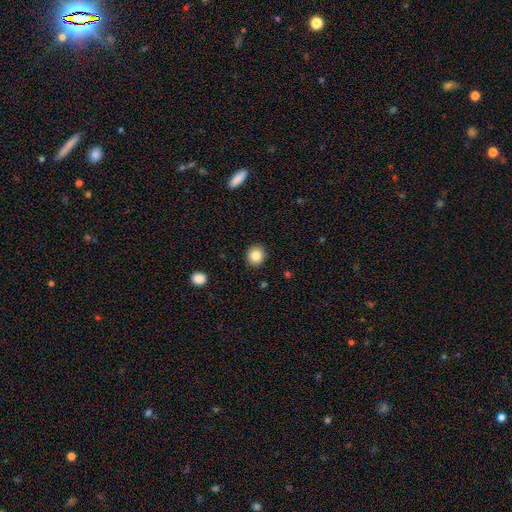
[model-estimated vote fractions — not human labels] smooth-or-featured: smooth: 84% | star or artifact: 10% | featured or disk: 6%
  how-rounded: round: 84% | in between: 15% | cigar-shaped: 1%
  merging: none: 91% | minor disturbance: 6% | major disturbance: 2% | merger: 1%